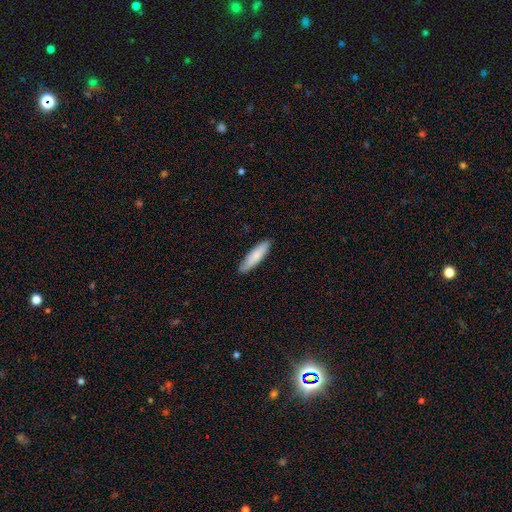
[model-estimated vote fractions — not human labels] Morphology: type=smooth (80%); roundness=cigar-shaped (69%); merging=none (86%).